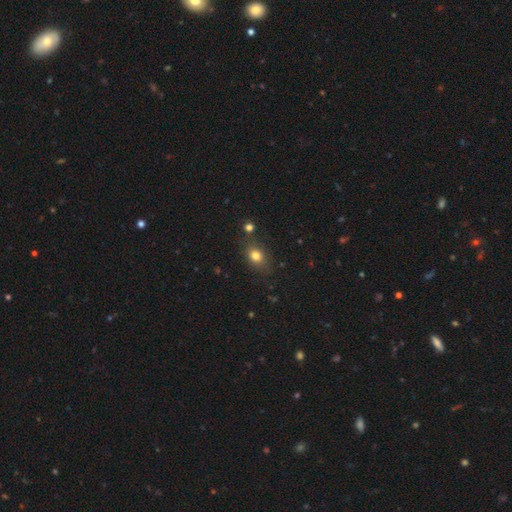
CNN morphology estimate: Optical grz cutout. It shows a smooth galaxy with no disk features (78%) that is in between round and cigar-shaped (62%). Merging: none (75%).